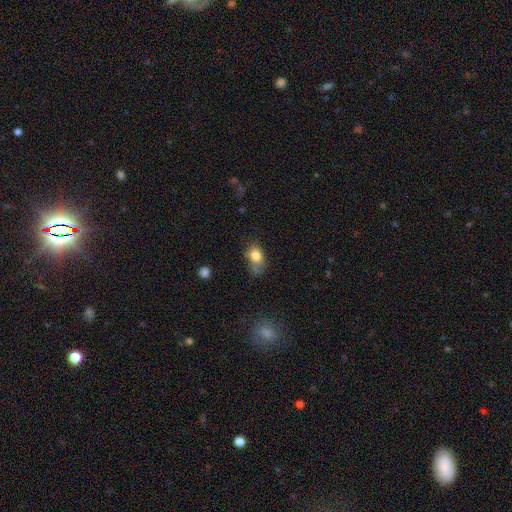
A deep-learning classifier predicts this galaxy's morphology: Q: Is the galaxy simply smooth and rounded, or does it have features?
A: smooth — 77%.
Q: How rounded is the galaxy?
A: in between — 75%.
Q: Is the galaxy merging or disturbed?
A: none — 43%.